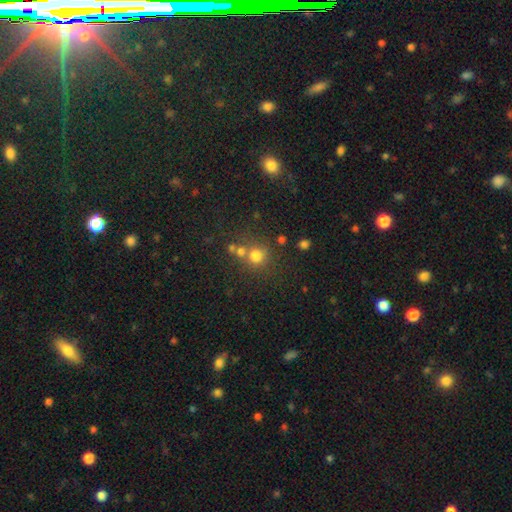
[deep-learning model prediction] Overall: smooth (72%). How rounded: round (88%). Merging: none (59%; merger 26%).